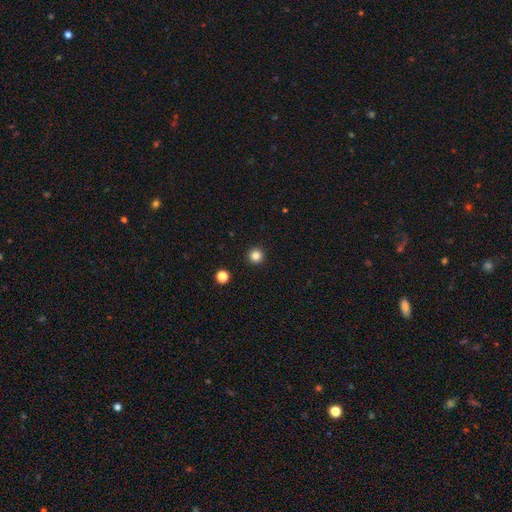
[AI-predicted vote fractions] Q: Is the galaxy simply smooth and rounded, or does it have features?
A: smooth — 84%.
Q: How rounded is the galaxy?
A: round — 97%.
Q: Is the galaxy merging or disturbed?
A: none — 94%.